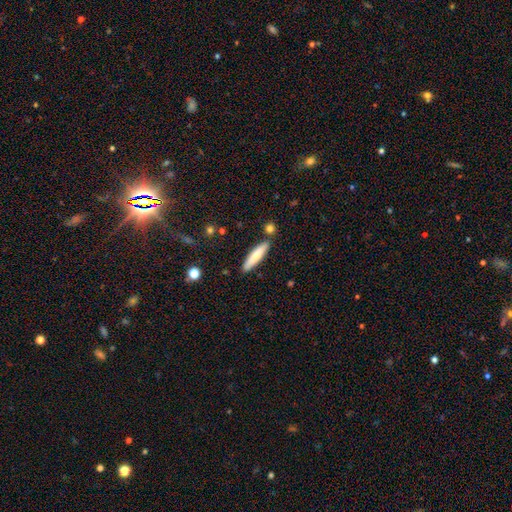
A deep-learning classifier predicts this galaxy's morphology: Smooth or featured? Predicted: smooth (p=0.74). How rounded? Predicted: cigar-shaped (p=0.84). Merging? Predicted: none (p=0.85).